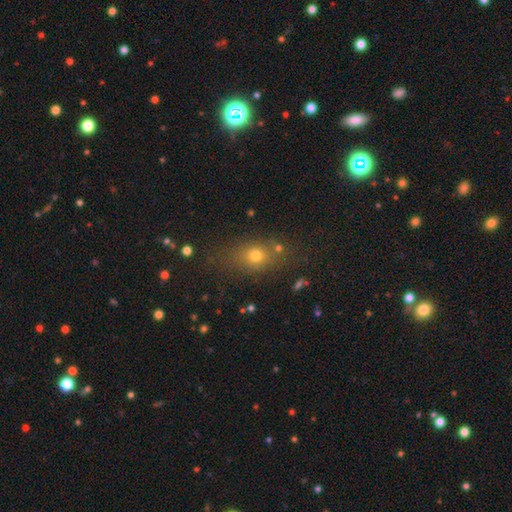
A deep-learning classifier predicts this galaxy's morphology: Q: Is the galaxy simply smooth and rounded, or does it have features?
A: smooth — 65%.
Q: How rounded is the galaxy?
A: in between — 48%.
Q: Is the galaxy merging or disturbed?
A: none — 75%.